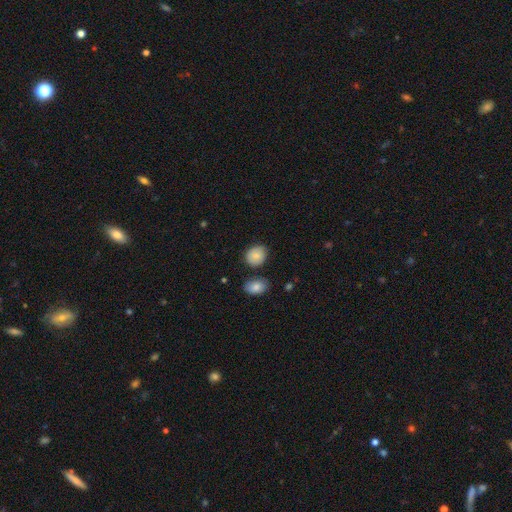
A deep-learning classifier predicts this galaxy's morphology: Smooth or featured?
  - smooth: 84% *
  - featured or disk: 8%
  - star or artifact: 8%
How rounded?
  - round: 58% *
  - in between: 41%
  - cigar-shaped: 1%
Merging?
  - none: 77% *
  - minor disturbance: 14%
  - merger: 6%
  - major disturbance: 3%